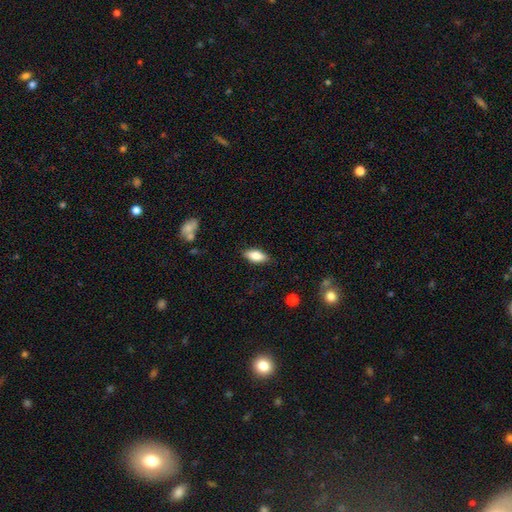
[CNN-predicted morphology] Smooth or featured: smooth — 79% (featured or disk — 14%)
How rounded: in between — 83% (cigar-shaped — 14%)
Merging: none — 86% (minor disturbance — 11%)